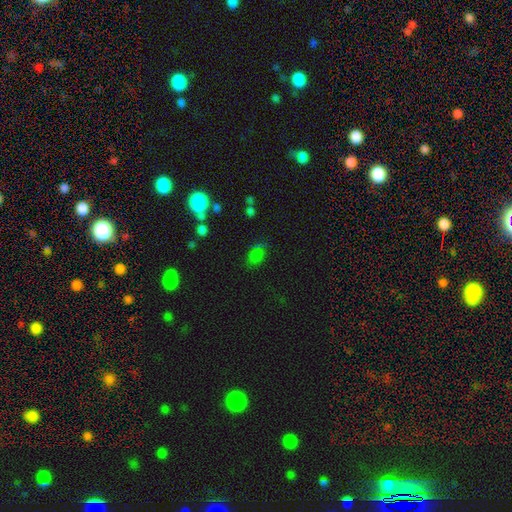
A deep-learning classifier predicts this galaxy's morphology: type=smooth (68%); roundness=in between (77%); merging=none (63%).